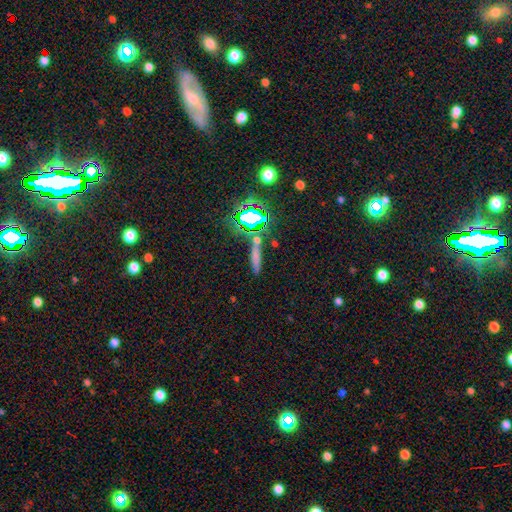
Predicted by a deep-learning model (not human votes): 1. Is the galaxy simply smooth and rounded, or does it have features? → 59% smooth, 25% star or artifact, 16% featured or disk.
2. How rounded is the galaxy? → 81% cigar-shaped, 13% in between, 6% round.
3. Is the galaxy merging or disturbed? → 77% none, 11% minor disturbance, 7% merger, 4% major disturbance.